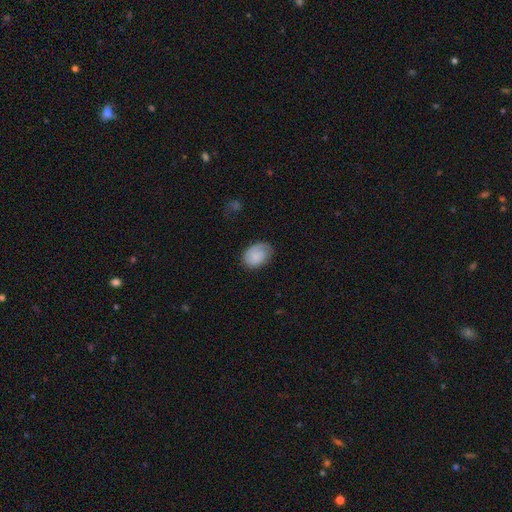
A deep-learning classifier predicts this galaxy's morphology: Smooth or featured? smooth (74%)
How rounded? in between (78%)
Merging? none (66%)